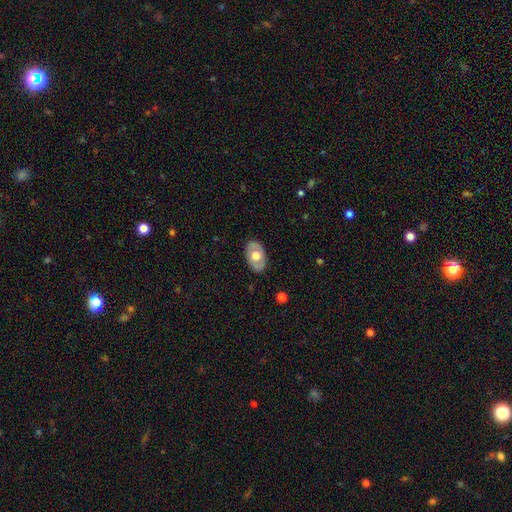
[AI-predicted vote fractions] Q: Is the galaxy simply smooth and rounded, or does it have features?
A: smooth — 51%.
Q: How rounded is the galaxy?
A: in between — 85%.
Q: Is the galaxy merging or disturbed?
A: none — 84%.